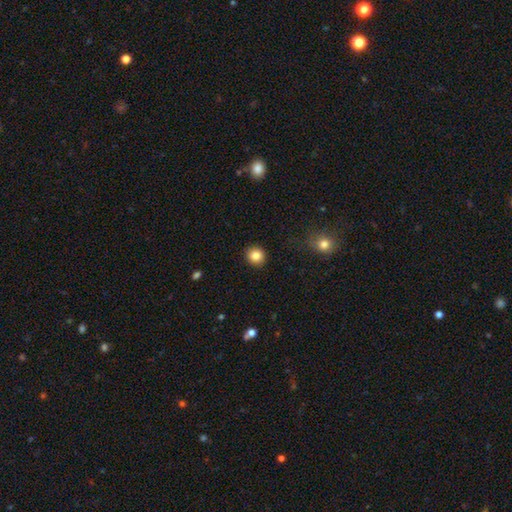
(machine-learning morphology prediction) smooth-or-featured: smooth: 84% | star or artifact: 10% | featured or disk: 6%
  how-rounded: round: 88% | in between: 12% | cigar-shaped: 1%
  merging: none: 92% | minor disturbance: 5% | major disturbance: 2% | merger: 1%